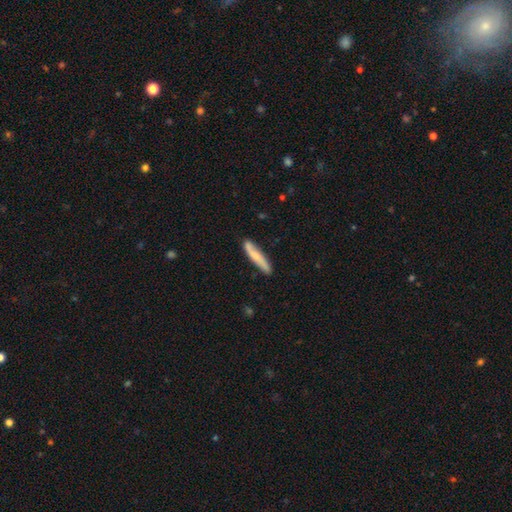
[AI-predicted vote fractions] This appears to be a smooth galaxy with no disk features (61%) that is cigar-shaped (89%). Merging: none (79%).